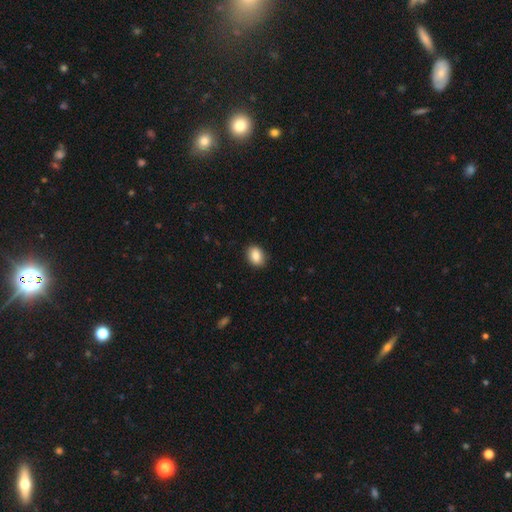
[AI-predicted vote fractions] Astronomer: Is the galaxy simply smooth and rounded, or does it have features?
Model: smooth — 87%.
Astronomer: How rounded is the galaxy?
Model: in between — 73%.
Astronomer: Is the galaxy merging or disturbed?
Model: none — 89%.